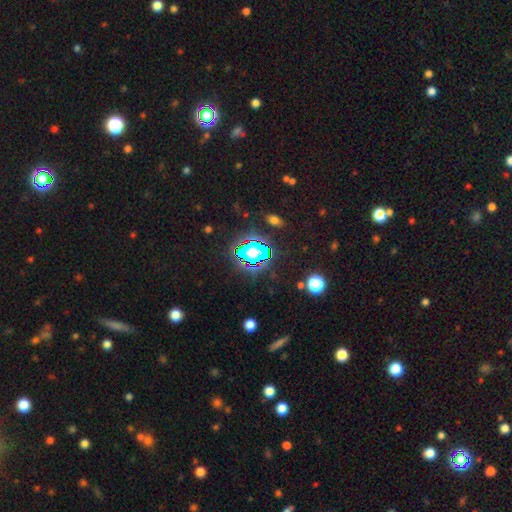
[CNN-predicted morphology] smooth_or_featured: star or artifact (p=0.58) [alt: smooth p=0.28]